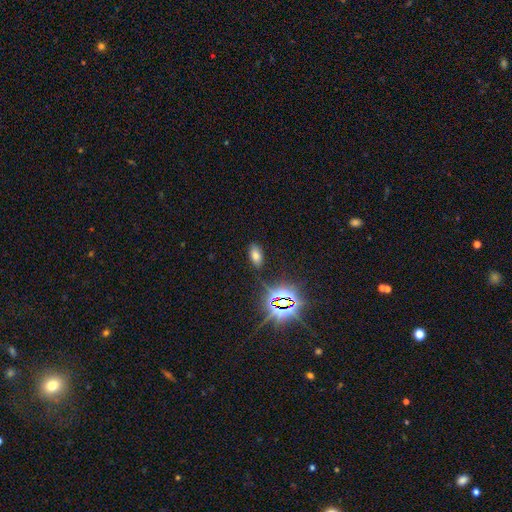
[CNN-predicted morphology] Smooth or featured: smooth — 64% (star or artifact — 26%)
How rounded: in between — 92% (round — 4%)
Merging: none — 86% (minor disturbance — 9%)